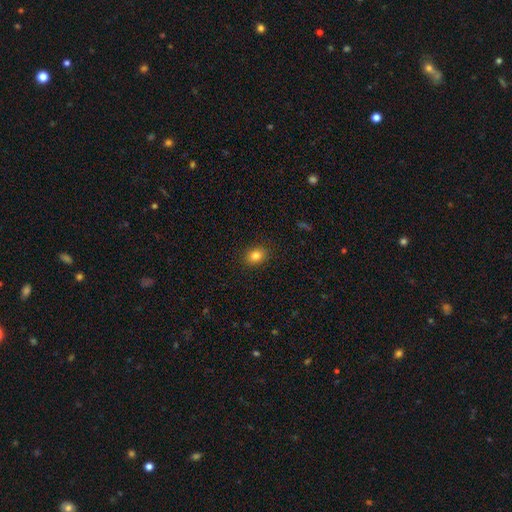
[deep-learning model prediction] smooth 83%, star or artifact 11%, featured or disk 6%. Down the decision tree: how rounded — in between (56%); merging — none (90%).